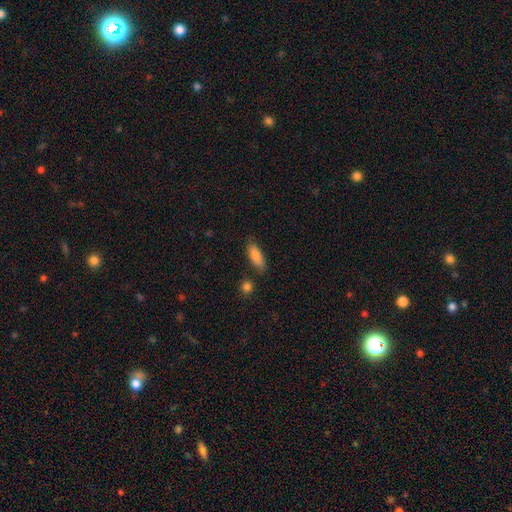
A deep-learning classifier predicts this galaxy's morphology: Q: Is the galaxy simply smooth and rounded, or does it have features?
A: smooth — 86%.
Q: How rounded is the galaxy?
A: in between — 74%.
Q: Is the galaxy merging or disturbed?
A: none — 77%.